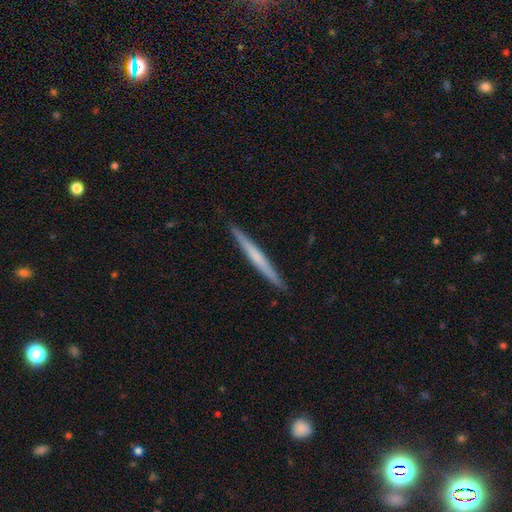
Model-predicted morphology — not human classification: Smooth or featured? featured or disk (48%)
Merging? none (92%)